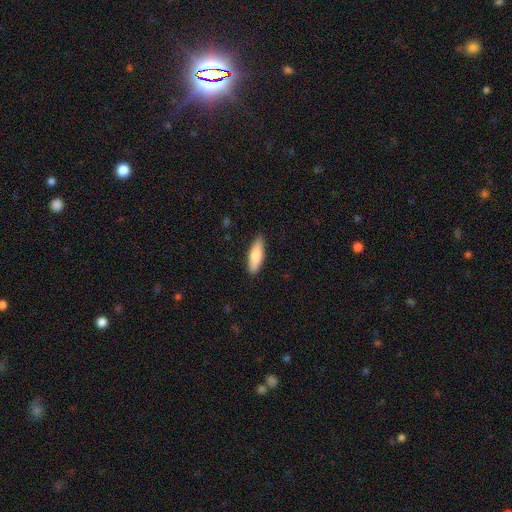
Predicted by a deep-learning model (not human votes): Smooth or featured: smooth — 78% (featured or disk — 16%)
How rounded: in between — 50% (cigar-shaped — 48%)
Merging: none — 87% (minor disturbance — 10%)